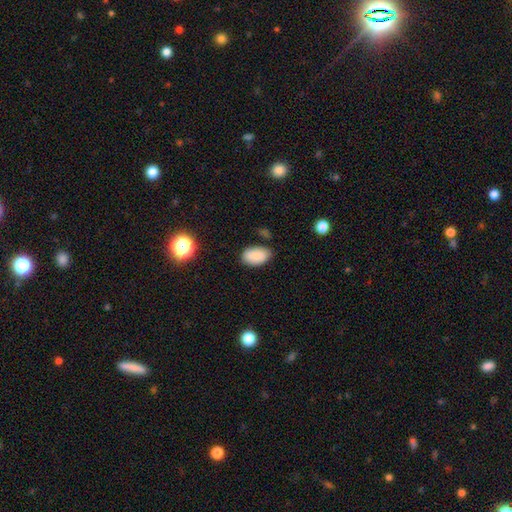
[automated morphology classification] Smooth or featured?
  - smooth: 86% *
  - star or artifact: 9%
  - featured or disk: 5%
How rounded?
  - in between: 93% *
  - round: 6%
  - cigar-shaped: 1%
Merging?
  - none: 76% *
  - minor disturbance: 17%
  - major disturbance: 4%
  - merger: 3%